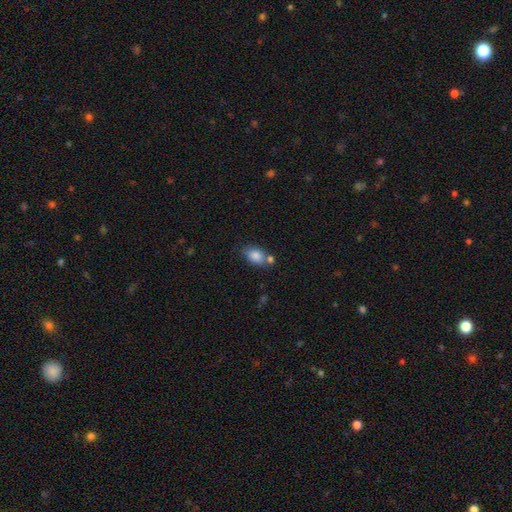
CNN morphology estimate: Smooth or featured: smooth — 85% (star or artifact — 8%)
How rounded: in between — 83% (round — 15%)
Merging: none — 59% (merger — 19%)